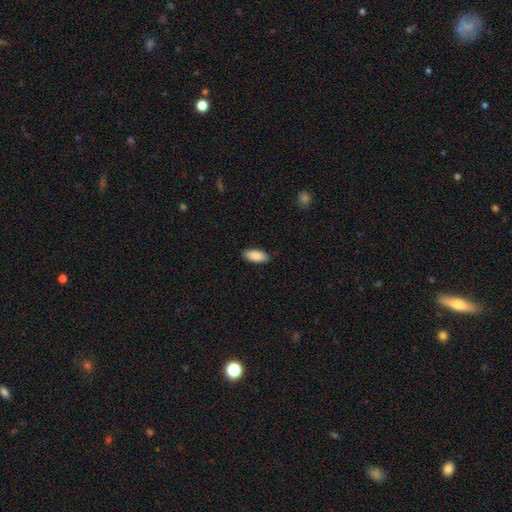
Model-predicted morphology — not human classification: Smooth or featured? smooth (89%)
How rounded? in between (89%)
Merging? none (89%)